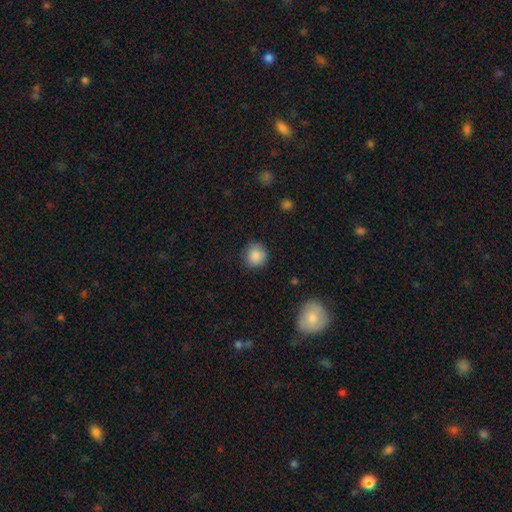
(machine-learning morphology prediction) type=smooth (87%); roundness=round (92%); merging=none (86%).